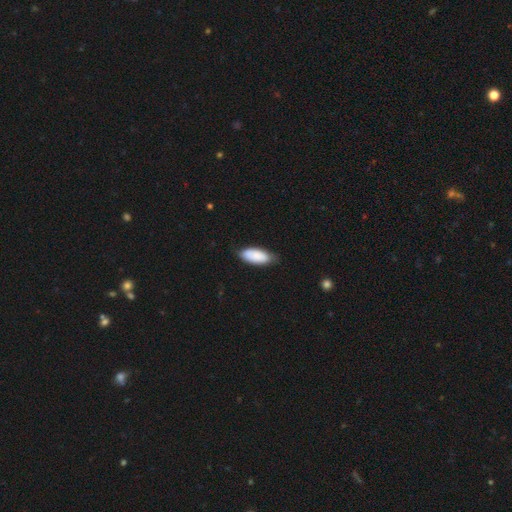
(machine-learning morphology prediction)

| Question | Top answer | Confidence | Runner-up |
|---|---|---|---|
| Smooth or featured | smooth | 88% | featured or disk (7%) |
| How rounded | in between | 86% | cigar-shaped (13%) |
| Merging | none | 74% | minor disturbance (22%) |